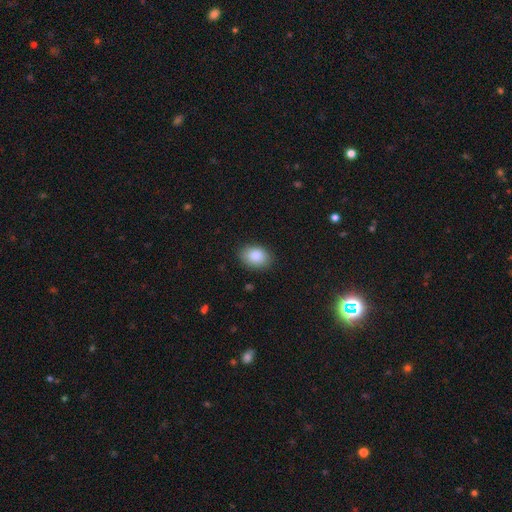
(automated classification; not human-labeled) Smooth or featured?
  - smooth: 88% *
  - star or artifact: 7%
  - featured or disk: 5%
How rounded?
  - in between: 78% *
  - round: 21%
  - cigar-shaped: 1%
Merging?
  - none: 86% *
  - minor disturbance: 11%
  - major disturbance: 3%
  - merger: 1%